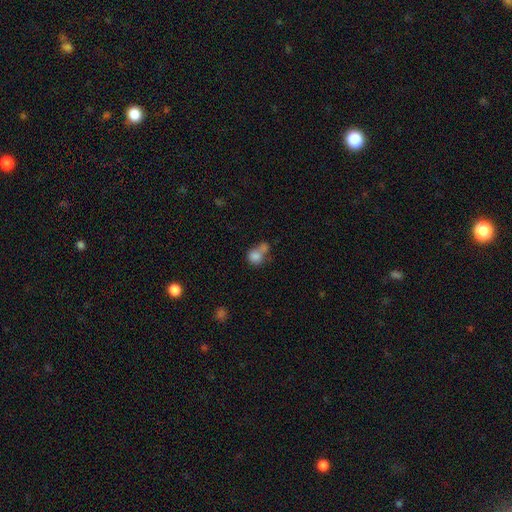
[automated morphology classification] smooth_or_featured: smooth (p=0.80) [alt: star or artifact p=0.10]
how_rounded: round (p=0.63) [alt: in between p=0.36]
merging: merger (p=0.54) [alt: none p=0.27]